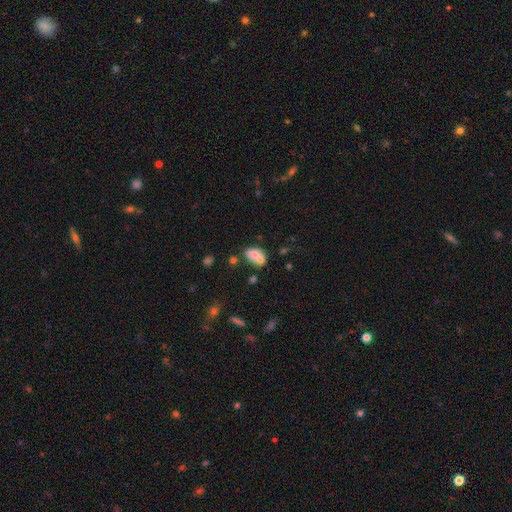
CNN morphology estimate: Overall: smooth (68%). How rounded: in between (83%). Merging: merger (39%; none 37%).